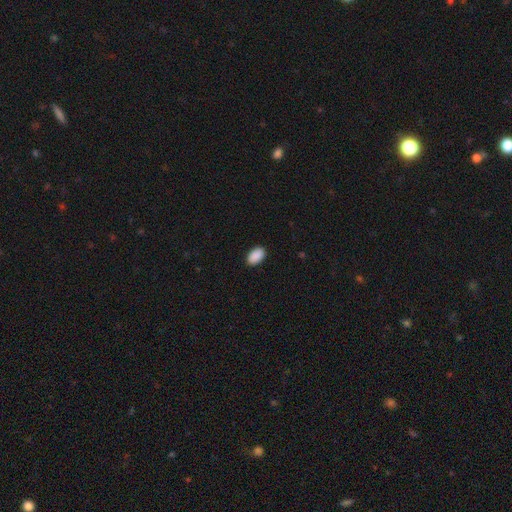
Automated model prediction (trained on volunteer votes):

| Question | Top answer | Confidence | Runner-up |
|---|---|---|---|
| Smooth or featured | smooth | 91% | star or artifact (7%) |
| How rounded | in between | 94% | round (5%) |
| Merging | none | 90% | minor disturbance (7%) |